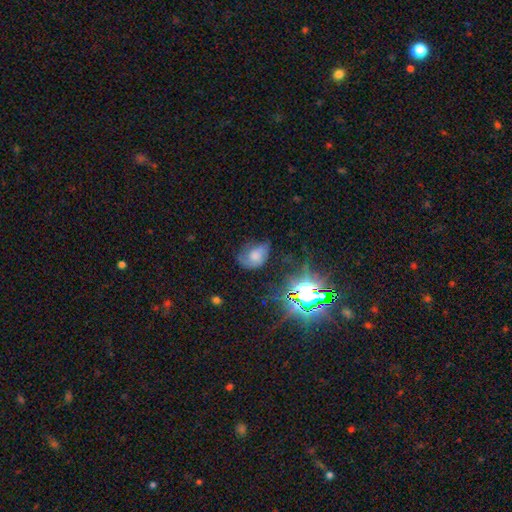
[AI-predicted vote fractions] This appears to be a smooth galaxy with no disk features (54%) that is in between round and cigar-shaped (71%). Merging: minor disturbance (35%).